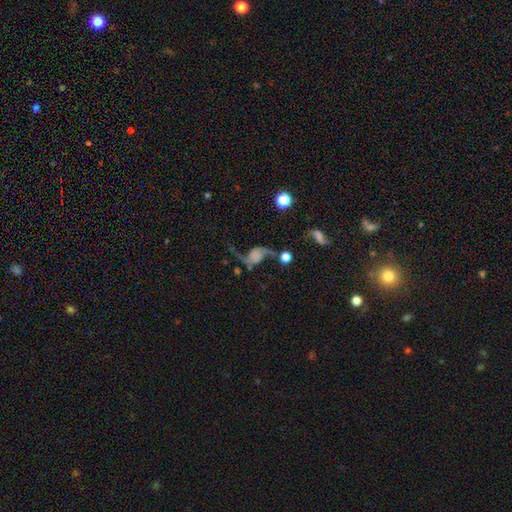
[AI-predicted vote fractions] smooth-or-featured: featured or disk: 84% | star or artifact: 8% | smooth: 8%
  disk-edge-on: no: 97% | yes: 3%
    bar: no: 67% | weak: 24% | strong: 9%
    has-spiral-arms: yes: 96% | no: 4%
      spiral-winding: loose: 90% | medium: 8% | tight: 2%
      spiral-arm-count: 2: 94% | 1: 2% | can't tell: 1% | 3: 1% | 4: 1% | more than 4: 1%
    bulge-size: none: 65% | small: 10% | large: 10% | dominant: 9% | moderate: 6%
  merging: none: 61% | minor disturbance: 17% | major disturbance: 15% | merger: 8%